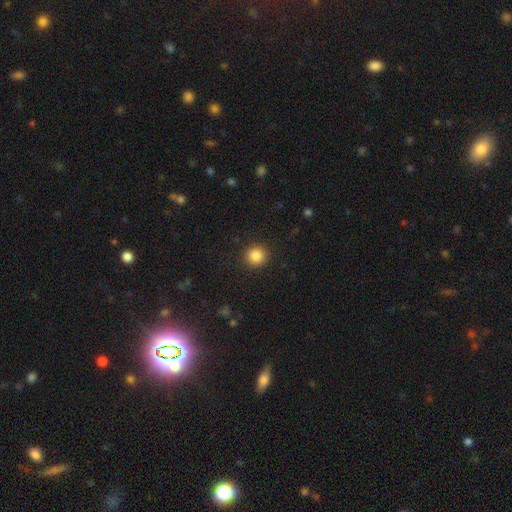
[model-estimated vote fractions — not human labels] Smooth or featured?
  - smooth: 85% *
  - star or artifact: 10%
  - featured or disk: 5%
How rounded?
  - round: 94% *
  - in between: 5%
  - cigar-shaped: 1%
Merging?
  - none: 92% *
  - minor disturbance: 5%
  - major disturbance: 2%
  - merger: 1%